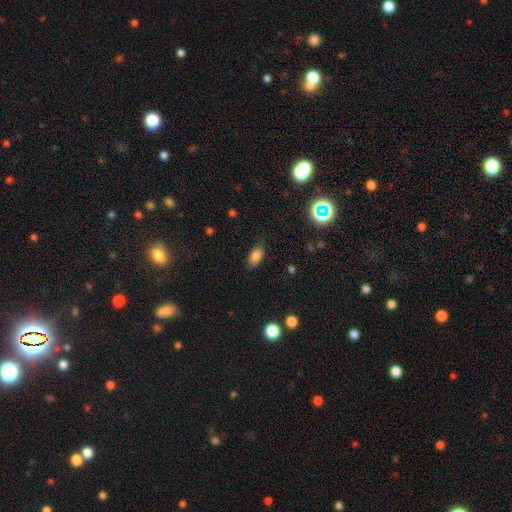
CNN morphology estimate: This appears to be a smooth galaxy with no disk features (82%) that is in between round and cigar-shaped (90%). Merging: none (80%).